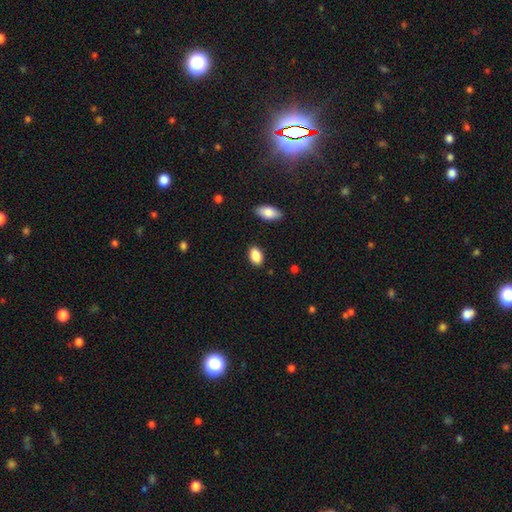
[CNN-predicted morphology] Overall: smooth (88%). How rounded: in between (89%). Merging: none (87%).